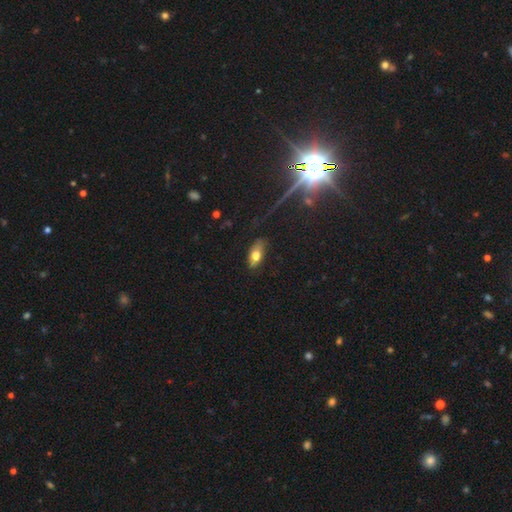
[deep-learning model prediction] Overall: smooth (69%). How rounded: in between (85%). Merging: none (76%).